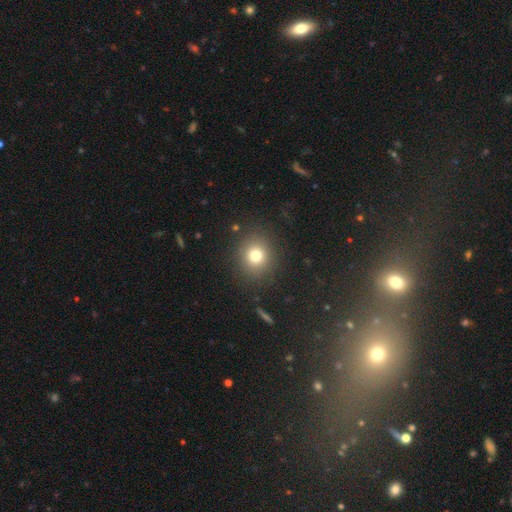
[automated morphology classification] smooth_or_featured: smooth (p=0.76) [alt: star or artifact p=0.14]
how_rounded: round (p=0.81) [alt: in between p=0.18]
merging: none (p=0.87) [alt: minor disturbance p=0.08]